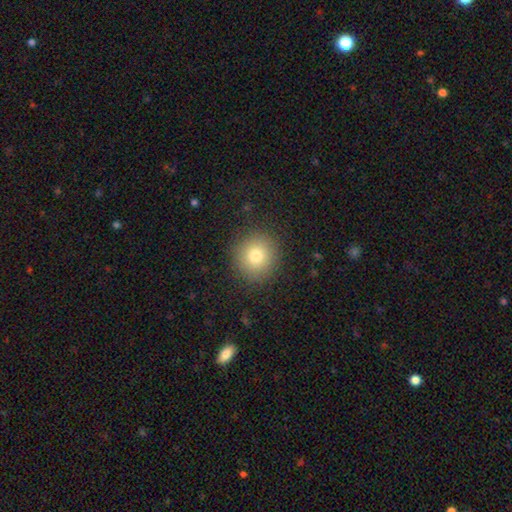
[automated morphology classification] smooth 78%, star or artifact 12%, featured or disk 10%. Down the decision tree: how rounded — round (92%); merging — none (89%).